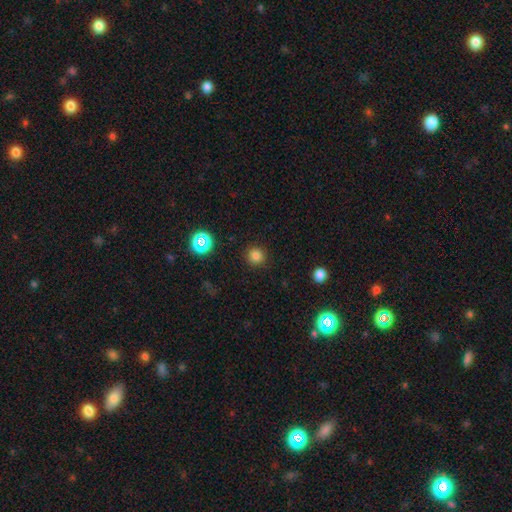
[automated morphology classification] Smooth or featured? Predicted: smooth (p=0.80). How rounded? Predicted: round (p=0.94). Merging? Predicted: none (p=0.90).